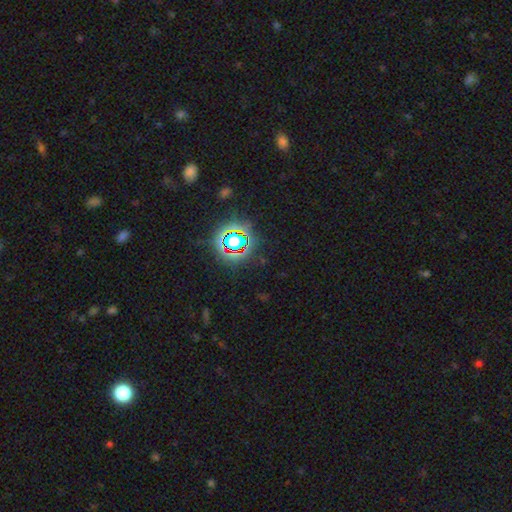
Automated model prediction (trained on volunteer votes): Smooth or featured? Predicted: star or artifact (p=0.78).